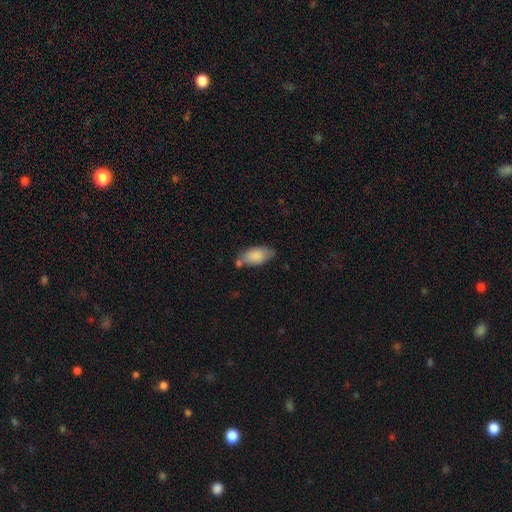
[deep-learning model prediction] Smooth or featured?
  - smooth: 85% *
  - featured or disk: 8%
  - star or artifact: 6%
How rounded?
  - in between: 92% *
  - cigar-shaped: 6%
  - round: 3%
Merging?
  - none: 63% *
  - minor disturbance: 21%
  - merger: 11%
  - major disturbance: 5%